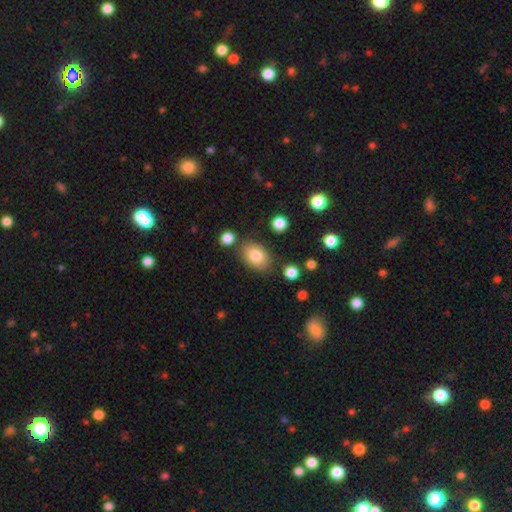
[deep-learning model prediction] Smooth or featured?
  - smooth: 81% *
  - featured or disk: 10%
  - star or artifact: 8%
How rounded?
  - in between: 79% *
  - round: 19%
  - cigar-shaped: 1%
Merging?
  - none: 79% *
  - minor disturbance: 13%
  - merger: 5%
  - major disturbance: 3%